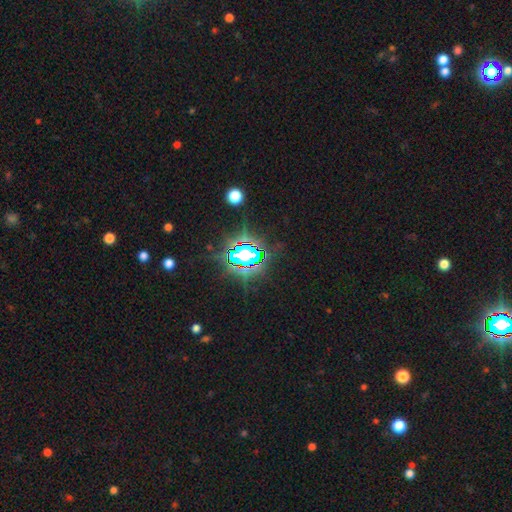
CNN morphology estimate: Smooth or featured? Predicted: star or artifact (p=0.82).